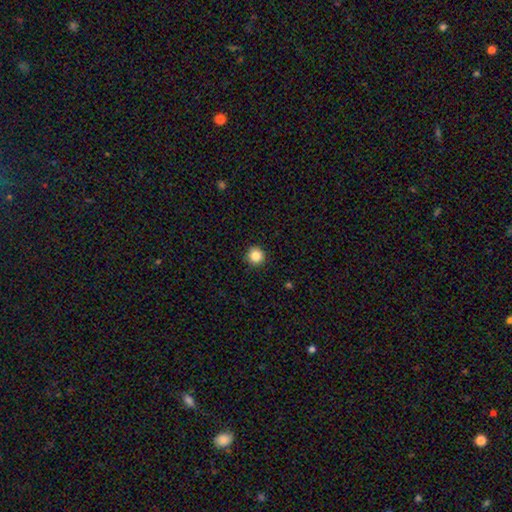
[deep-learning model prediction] A smooth galaxy with no disk features (85%) that is round (96%). Merging: none (93%).